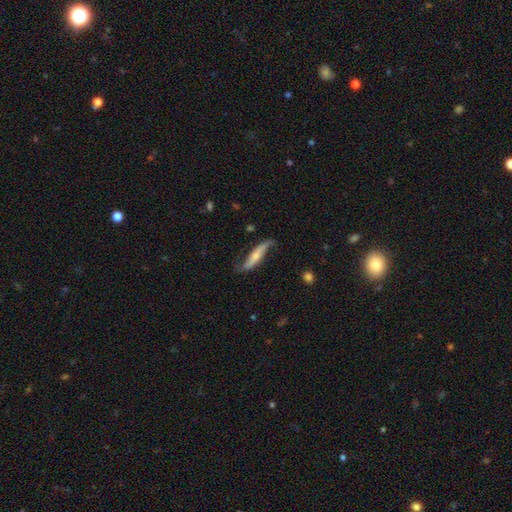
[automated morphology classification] type=featured or disk (69%); edge-on=no (58%); merging=none (61%).